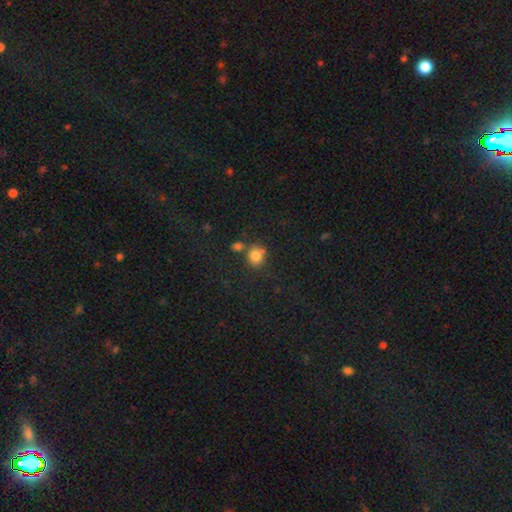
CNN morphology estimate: smooth_or_featured: smooth (p=0.81) [alt: star or artifact p=0.12]
how_rounded: round (p=0.74) [alt: in between p=0.25]
merging: none (p=0.61) [alt: merger p=0.20]